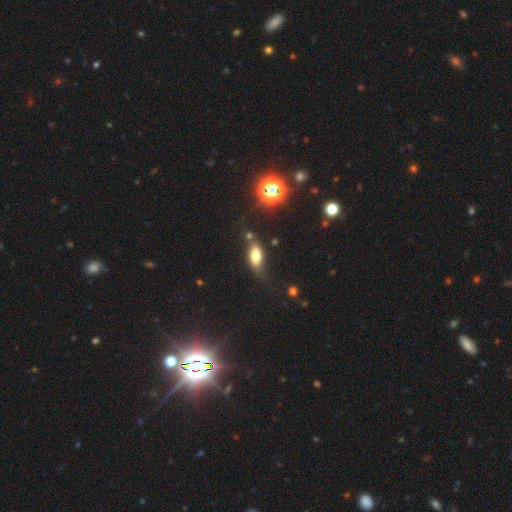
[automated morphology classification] smooth 67%, featured or disk 20%, star or artifact 12%. Down the decision tree: how rounded — in between (77%); merging — none (59%).